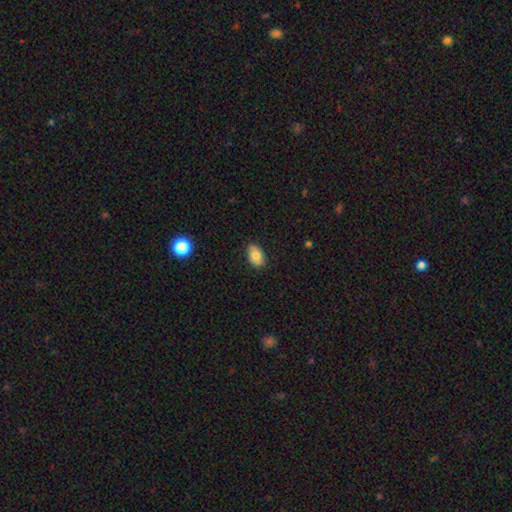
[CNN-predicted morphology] smooth_or_featured: smooth (p=0.81) [alt: featured or disk p=0.12]
how_rounded: in between (p=0.89) [alt: round p=0.10]
merging: none (p=0.84) [alt: minor disturbance p=0.13]